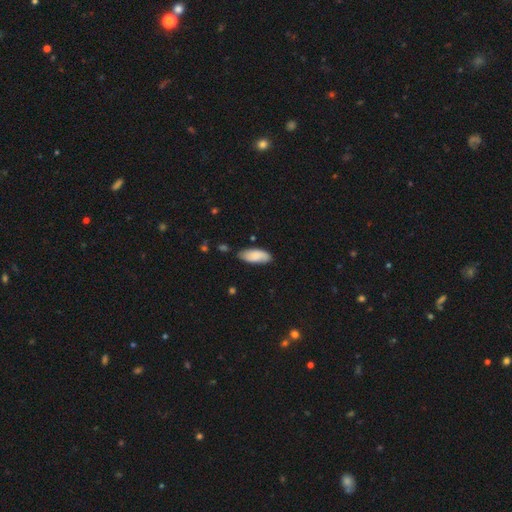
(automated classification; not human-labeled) Smooth or featured?
  - smooth: 81% *
  - featured or disk: 13%
  - star or artifact: 6%
How rounded?
  - in between: 85% *
  - cigar-shaped: 14%
  - round: 2%
Merging?
  - none: 75% *
  - minor disturbance: 20%
  - major disturbance: 3%
  - merger: 2%